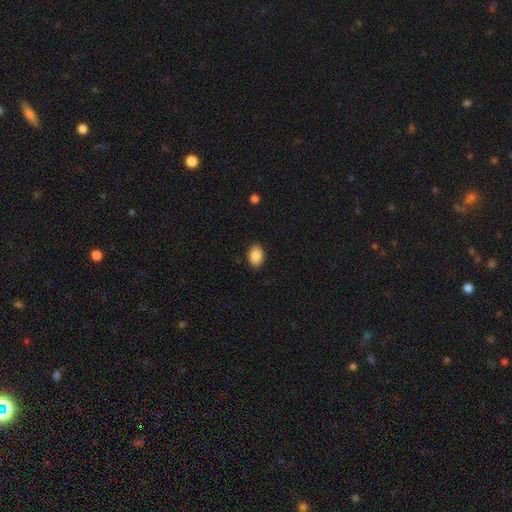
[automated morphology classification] Smooth or featured? smooth (88%)
How rounded? in between (82%)
Merging? none (89%)